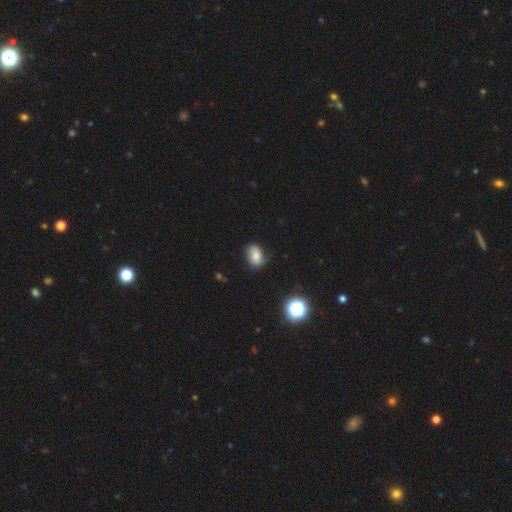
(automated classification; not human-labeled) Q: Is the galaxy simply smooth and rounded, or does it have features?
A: smooth — 59%.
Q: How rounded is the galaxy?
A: in between — 66%.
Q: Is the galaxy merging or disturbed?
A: none — 66%.